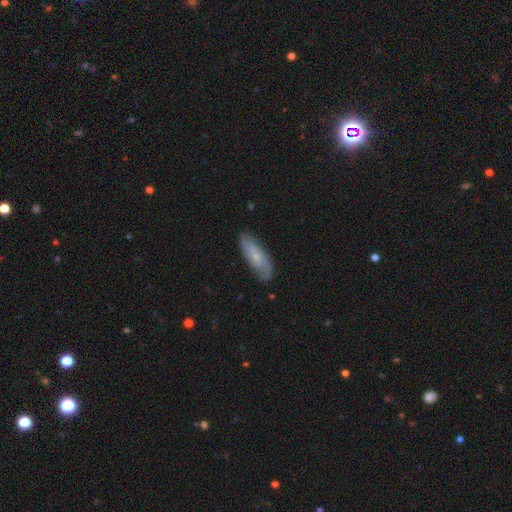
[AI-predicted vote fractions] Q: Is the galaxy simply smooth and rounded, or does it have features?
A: featured or disk — 51%.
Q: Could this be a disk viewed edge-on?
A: no — 79%.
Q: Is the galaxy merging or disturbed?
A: none — 77%.